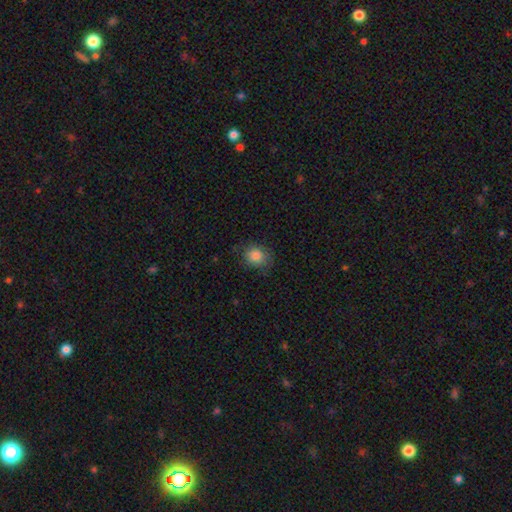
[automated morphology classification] A smooth galaxy with no disk features (83%) that is round (72%). Merging: none (75%).